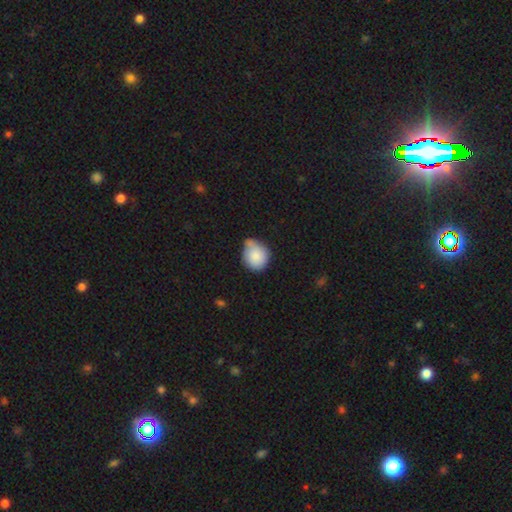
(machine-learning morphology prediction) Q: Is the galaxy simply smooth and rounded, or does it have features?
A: smooth — 84%.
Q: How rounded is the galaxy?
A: round — 78%.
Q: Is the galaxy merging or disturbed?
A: none — 41%.